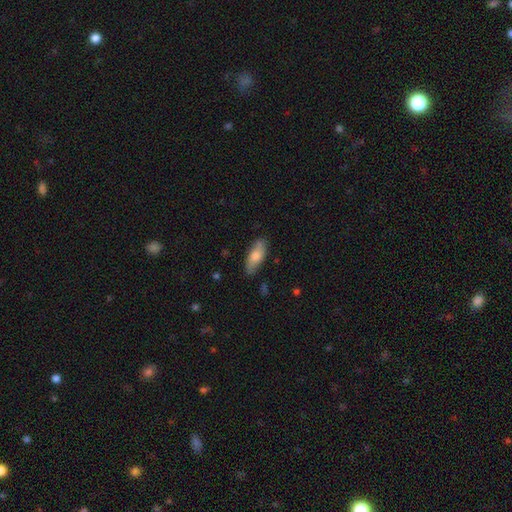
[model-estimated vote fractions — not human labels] Smooth or featured: smooth — 69% (featured or disk — 26%)
How rounded: in between — 73% (cigar-shaped — 25%)
Merging: none — 79% (minor disturbance — 16%)